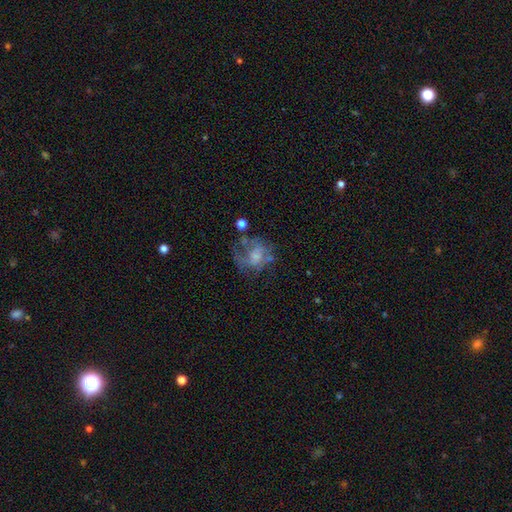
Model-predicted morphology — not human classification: Overall: featured or disk (52%; smooth 36%). Edge-on disk: no (98%). Bar: no (78%). Spiral arms: no (52%; yes 48%). Bulge size: small (35%; none 31%). Merging: major disturbance (39%; none 34%).